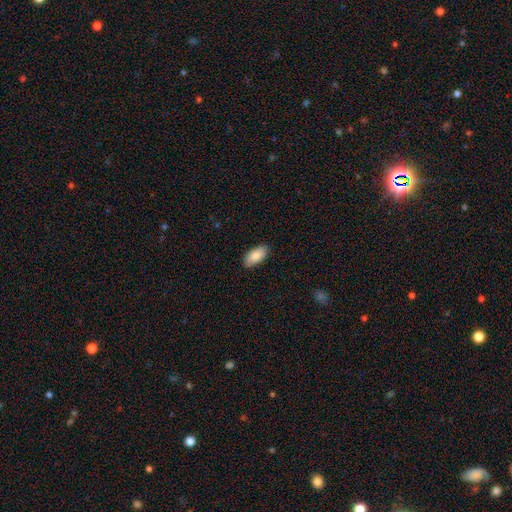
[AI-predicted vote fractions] A smooth galaxy with no disk features (85%) that is in between round and cigar-shaped (92%).

Vote fractions:
- Smooth or featured? smooth: 85% / featured or disk: 9% / star or artifact: 6%
- How rounded? in between: 92% / cigar-shaped: 6% / round: 2%
- Merging? none: 87% / minor disturbance: 10% / major disturbance: 2% / merger: 1%